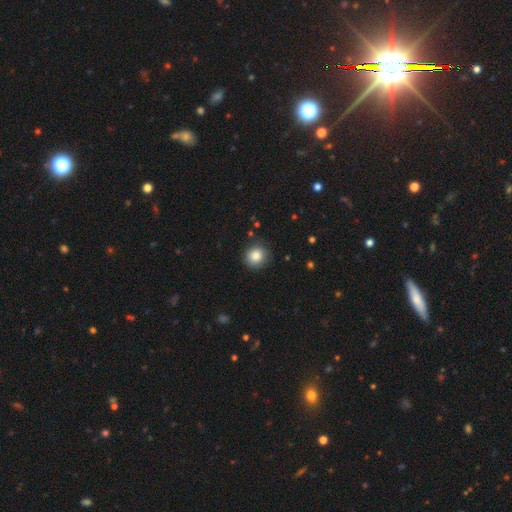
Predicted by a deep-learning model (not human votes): Smooth or featured? smooth (85%)
How rounded? round (87%)
Merging? none (87%)